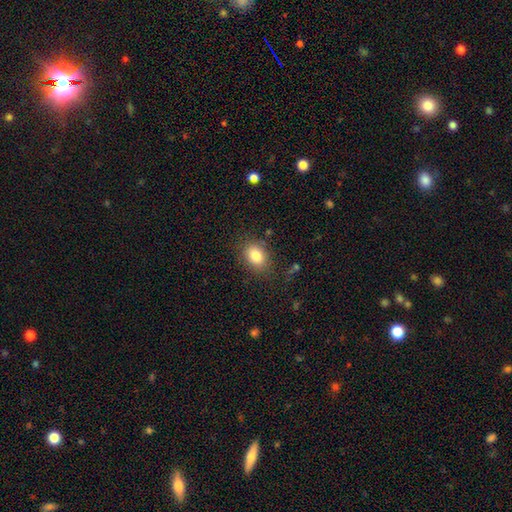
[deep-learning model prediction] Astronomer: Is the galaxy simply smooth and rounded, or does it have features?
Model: smooth — 83%.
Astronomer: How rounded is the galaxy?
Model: in between — 66%.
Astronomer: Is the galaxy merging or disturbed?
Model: none — 82%.